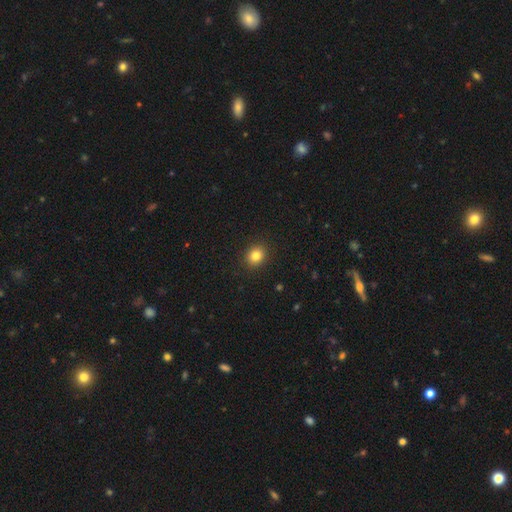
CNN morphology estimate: Smooth or featured? Predicted: smooth (p=0.84). How rounded? Predicted: round (p=0.71). Merging? Predicted: none (p=0.91).